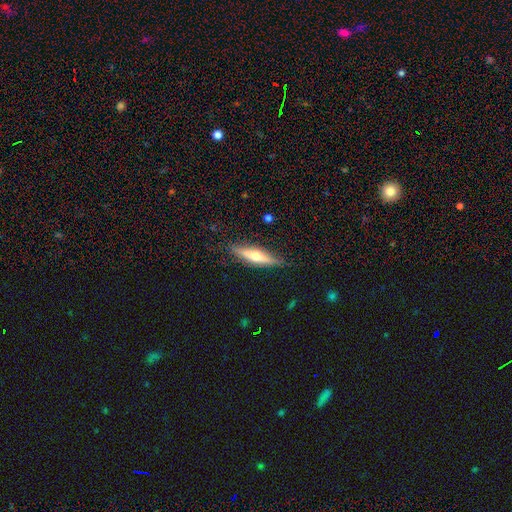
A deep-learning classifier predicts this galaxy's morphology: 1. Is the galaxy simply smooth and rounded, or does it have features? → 60% featured or disk, 34% smooth, 6% star or artifact.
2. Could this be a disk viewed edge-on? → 93% yes, 7% no.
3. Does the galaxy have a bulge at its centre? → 90% rounded, 5% none, 4% boxy.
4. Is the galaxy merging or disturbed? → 85% none, 11% minor disturbance, 3% major disturbance, 1% merger.